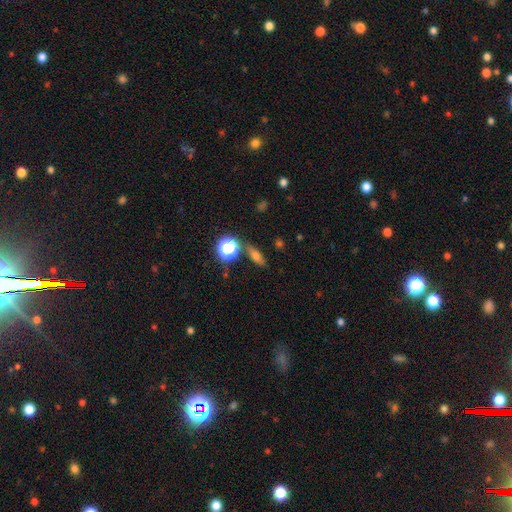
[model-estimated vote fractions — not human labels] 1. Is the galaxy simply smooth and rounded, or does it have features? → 63% smooth, 18% star or artifact, 18% featured or disk.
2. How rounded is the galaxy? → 49% in between, 34% cigar-shaped, 17% round.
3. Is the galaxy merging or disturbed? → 79% none, 11% minor disturbance, 6% merger, 4% major disturbance.